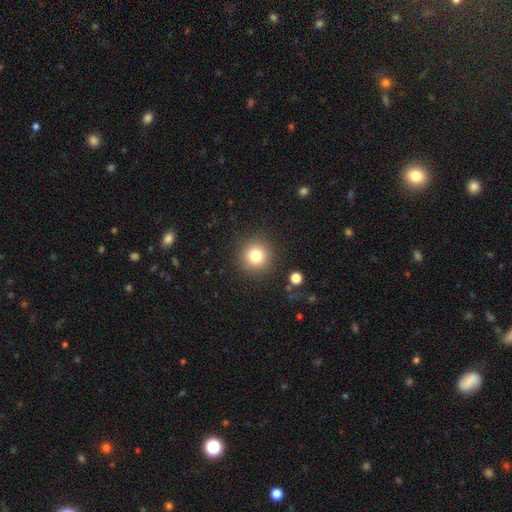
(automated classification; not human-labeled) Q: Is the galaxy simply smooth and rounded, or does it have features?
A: smooth — 79%.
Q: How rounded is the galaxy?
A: round — 95%.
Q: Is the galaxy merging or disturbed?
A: none — 89%.